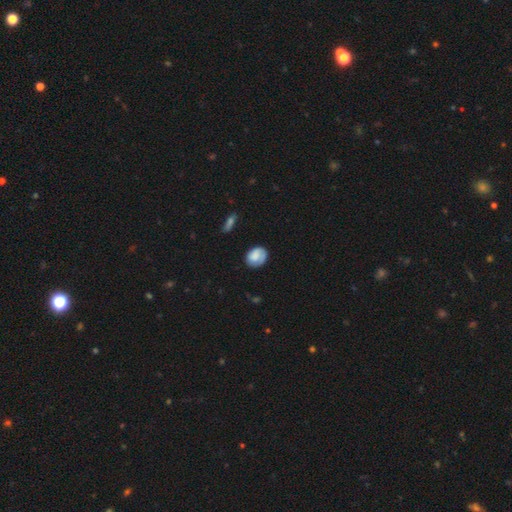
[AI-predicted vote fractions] smooth_or_featured: smooth (p=0.64) [alt: featured or disk p=0.29]
how_rounded: round (p=0.55) [alt: in between p=0.44]
merging: none (p=0.69) [alt: minor disturbance p=0.22]